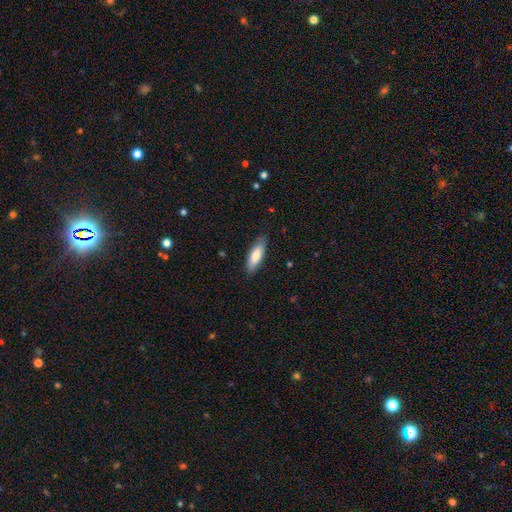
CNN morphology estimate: type=smooth (76%); roundness=in between (58%); merging=none (85%).